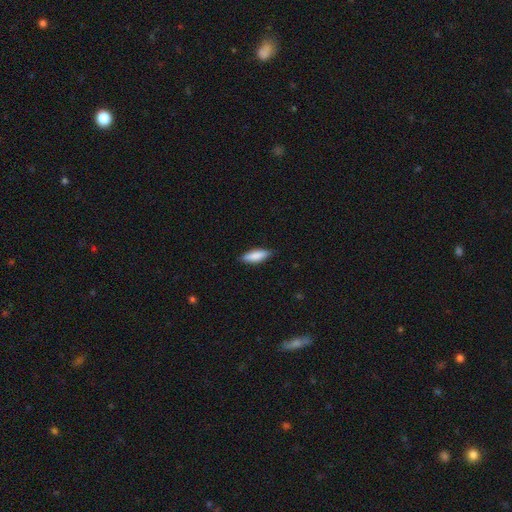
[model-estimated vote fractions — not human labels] Q: Smooth or featured?
A: smooth (83%); runner-up: featured or disk (11%)
Q: How rounded?
A: in between (53%); runner-up: cigar-shaped (45%)
Q: Merging?
A: none (85%); runner-up: minor disturbance (12%)